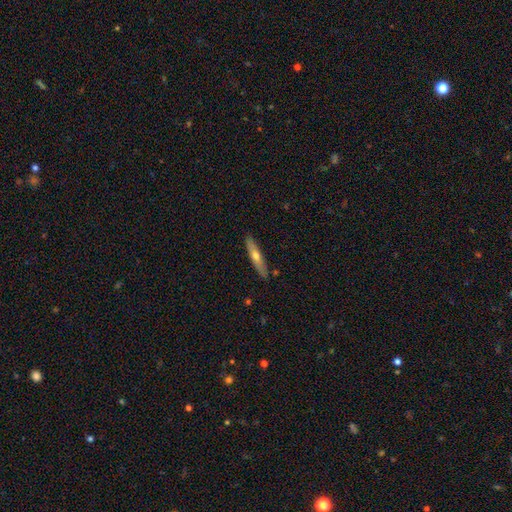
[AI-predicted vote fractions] A smooth galaxy with no disk features (49%).

Vote fractions:
- Smooth or featured? smooth: 49% / featured or disk: 45% / star or artifact: 6%
- Merging? none: 87% / minor disturbance: 9% / merger: 2% / major disturbance: 2%